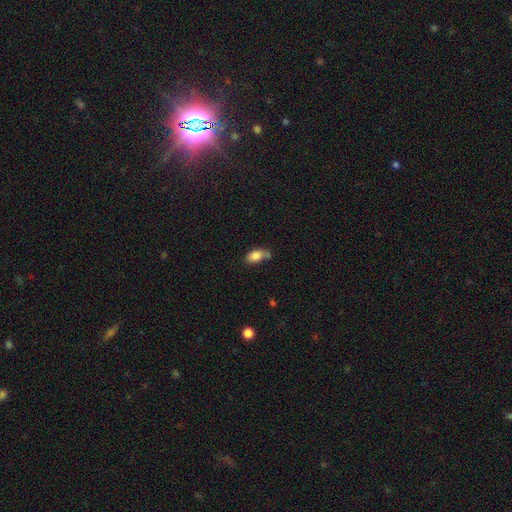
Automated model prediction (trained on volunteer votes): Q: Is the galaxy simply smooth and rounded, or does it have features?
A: smooth — 83%.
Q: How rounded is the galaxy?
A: in between — 90%.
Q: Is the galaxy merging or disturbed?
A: none — 52%.